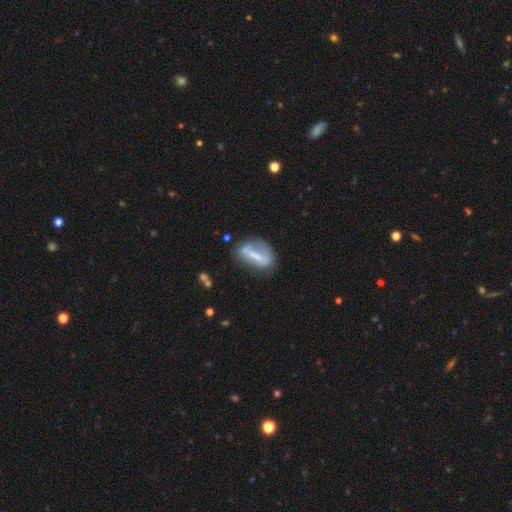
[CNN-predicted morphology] Smooth or featured: featured or disk — 48% (smooth — 44%)
Merging: none — 53% (minor disturbance — 25%)